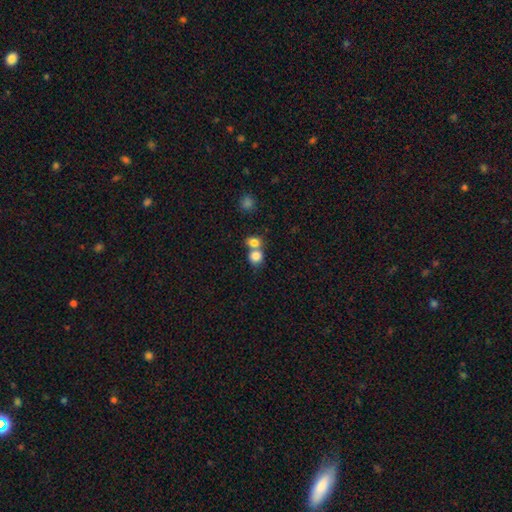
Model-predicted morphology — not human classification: A smooth galaxy with no disk features (82%) that is round (75%). Merging: merger (53%).